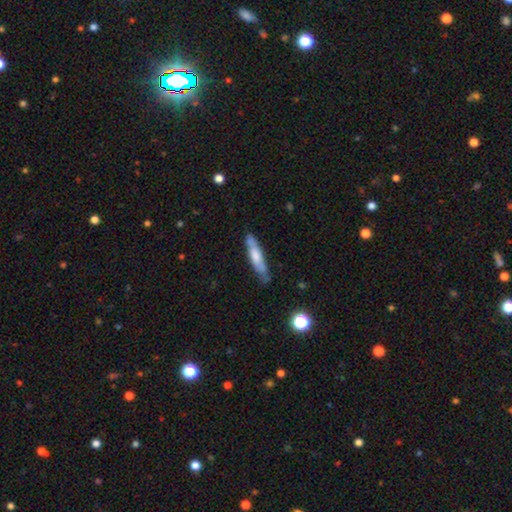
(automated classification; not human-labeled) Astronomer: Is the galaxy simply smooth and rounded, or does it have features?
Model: smooth — 58% (runner-up: featured or disk, 37%).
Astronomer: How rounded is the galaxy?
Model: cigar-shaped — 83%.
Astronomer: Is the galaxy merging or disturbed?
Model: none — 72%.